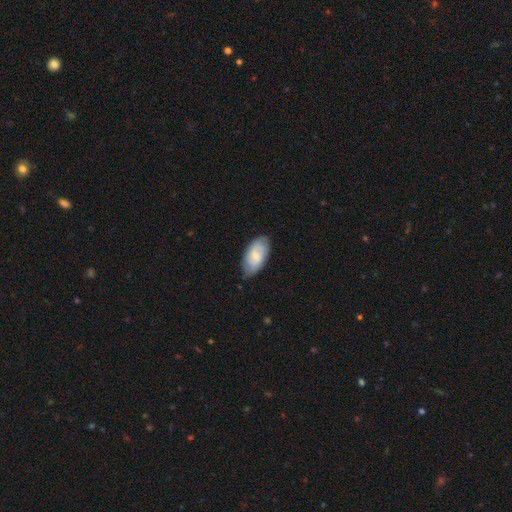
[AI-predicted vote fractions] Morphology: type=smooth (59%); roundness=in between (94%); merging=none (71%).